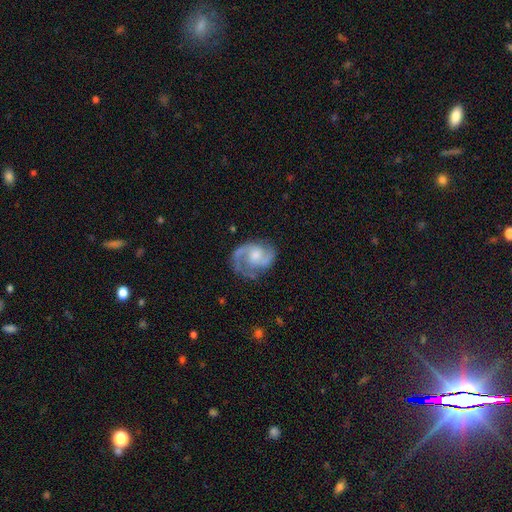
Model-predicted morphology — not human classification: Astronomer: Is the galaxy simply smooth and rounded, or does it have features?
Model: featured or disk — 87%.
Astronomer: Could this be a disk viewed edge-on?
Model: no — 98%.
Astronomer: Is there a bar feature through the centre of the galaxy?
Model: no — 50% (runner-up: weak, 42%).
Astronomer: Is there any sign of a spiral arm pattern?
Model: yes — 97%.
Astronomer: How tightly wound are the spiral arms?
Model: medium — 58%.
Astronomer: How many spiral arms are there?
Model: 2 — 89%.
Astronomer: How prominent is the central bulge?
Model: moderate — 48% (runner-up: small, 35%).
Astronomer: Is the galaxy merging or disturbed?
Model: none — 72%.